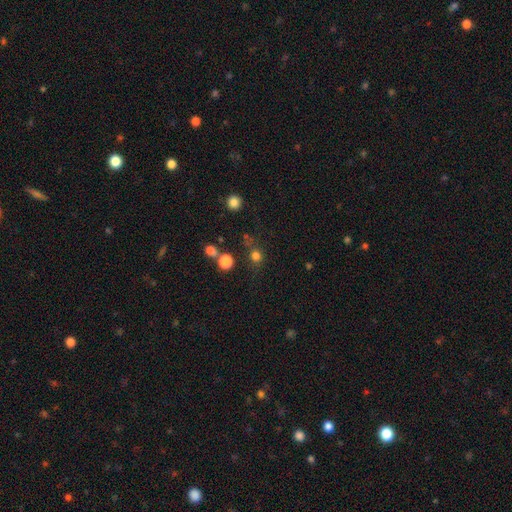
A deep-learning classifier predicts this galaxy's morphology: This appears to be a smooth galaxy with no disk features (75%) that is round (88%). Merging: none (73%).